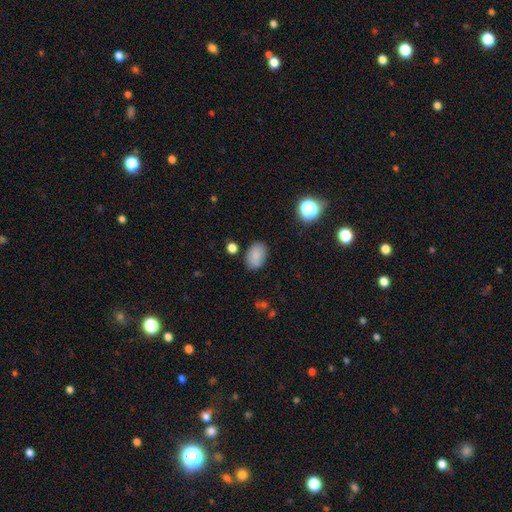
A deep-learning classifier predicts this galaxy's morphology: Q: Smooth or featured?
A: smooth (85%); runner-up: star or artifact (9%)
Q: How rounded?
A: in between (86%); runner-up: round (12%)
Q: Merging?
A: none (84%); runner-up: minor disturbance (11%)